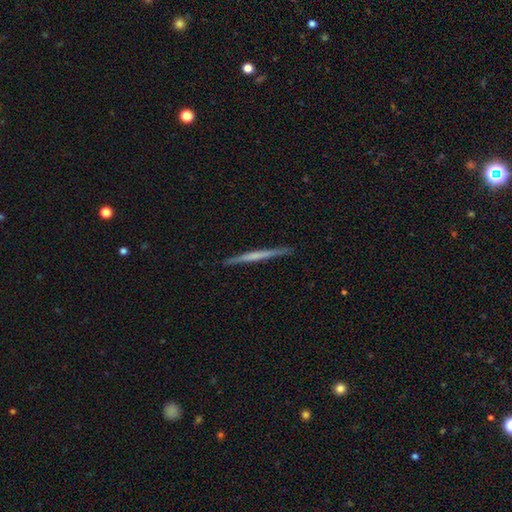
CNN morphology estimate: smooth-or-featured: featured or disk: 57% | smooth: 38% | star or artifact: 5%
  disk-edge-on: yes: 98% | no: 2%
    edge-on-bulge: none: 79% | rounded: 13% | boxy: 8%
  merging: none: 91% | minor disturbance: 6% | major disturbance: 1% | merger: 1%